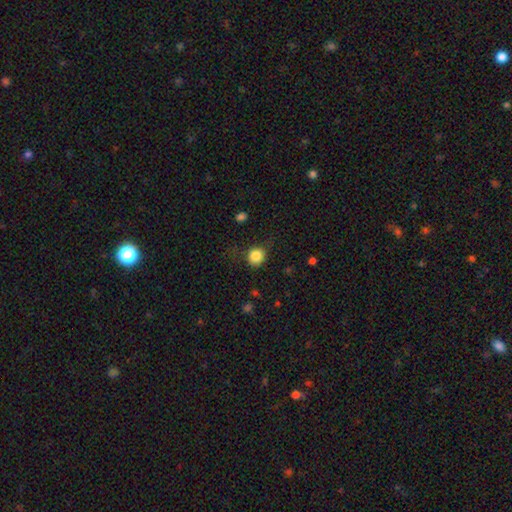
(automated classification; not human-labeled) Smooth or featured? smooth (84%)
How rounded? round (85%)
Merging? none (68%)